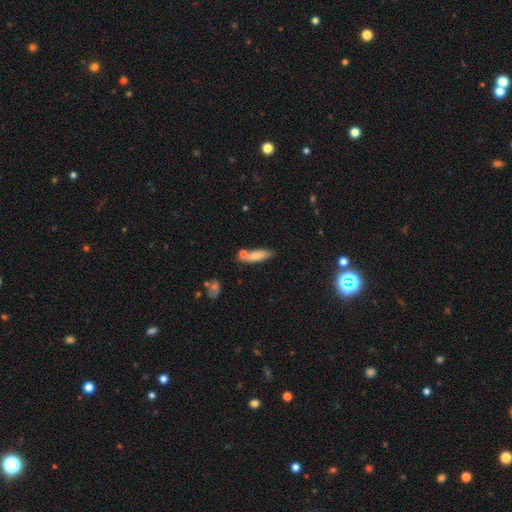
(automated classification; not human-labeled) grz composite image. It shows a smooth galaxy with no disk features (80%) that is cigar-shaped (54%). Merging: none (62%).